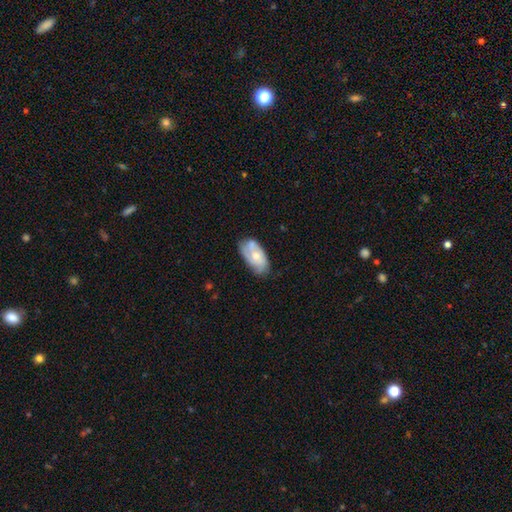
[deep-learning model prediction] Q: Smooth or featured?
A: featured or disk (52%); runner-up: smooth (42%)
Q: Edge-on disk?
A: no (94%); runner-up: yes (6%)
Q: Merging?
A: none (55%); runner-up: minor disturbance (30%)